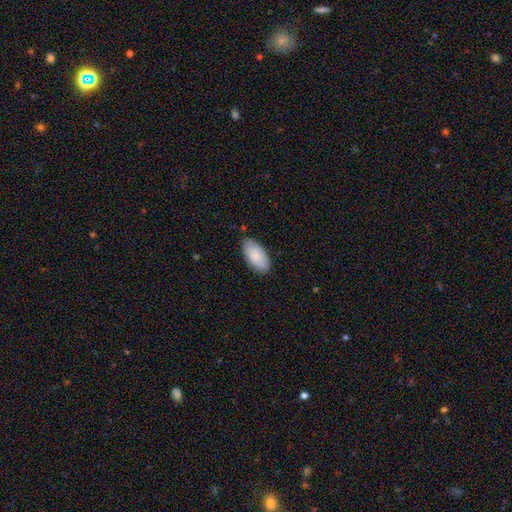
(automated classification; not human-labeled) Overall: smooth (88%). How rounded: in between (95%). Merging: none (84%).